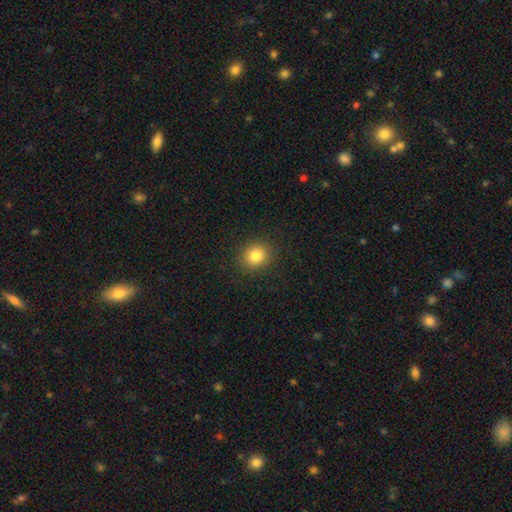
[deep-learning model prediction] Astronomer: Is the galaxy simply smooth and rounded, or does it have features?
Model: smooth — 83%.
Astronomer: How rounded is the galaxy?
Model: round — 84%.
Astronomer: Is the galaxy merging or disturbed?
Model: none — 90%.